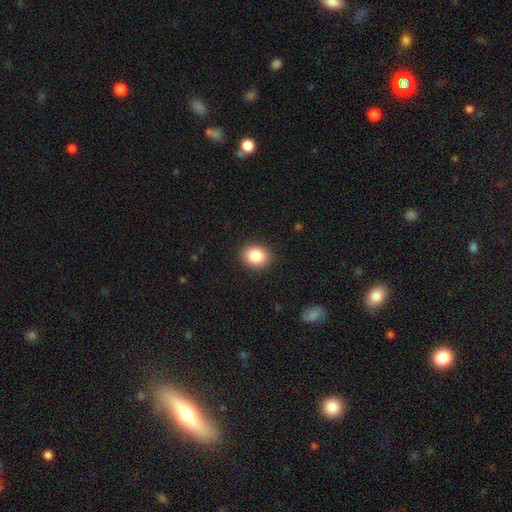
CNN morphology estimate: Smooth or featured? Predicted: smooth (p=0.85). How rounded? Predicted: round (p=0.53). Merging? Predicted: none (p=0.89).